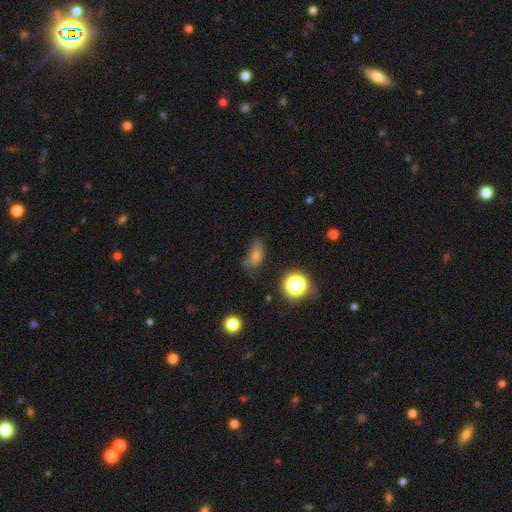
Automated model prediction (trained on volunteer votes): Smooth or featured? smooth (59%)
How rounded? in between (77%)
Merging? none (38%)